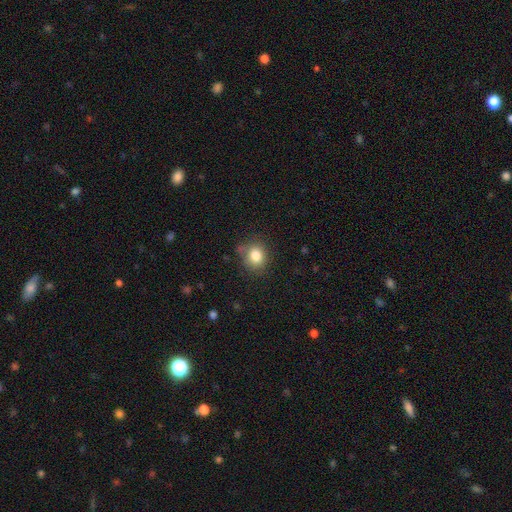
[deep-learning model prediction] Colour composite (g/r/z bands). It shows a smooth galaxy with no disk features (82%) that is round (71%). Merging: none (76%).